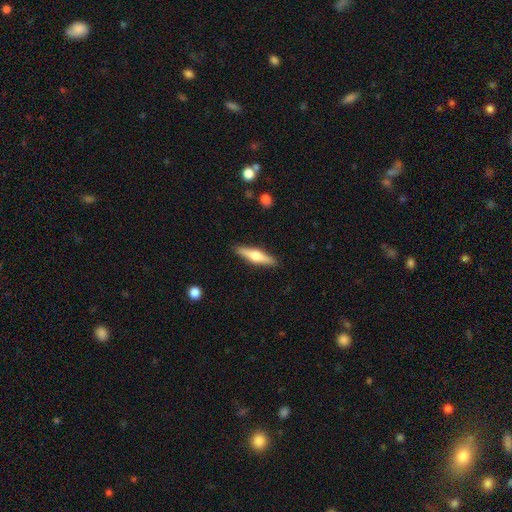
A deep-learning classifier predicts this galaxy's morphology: Q: Smooth or featured?
A: featured or disk (52%); runner-up: smooth (43%)
Q: Edge-on disk?
A: yes (95%); runner-up: no (5%)
Q: Merging?
A: none (90%); runner-up: minor disturbance (7%)